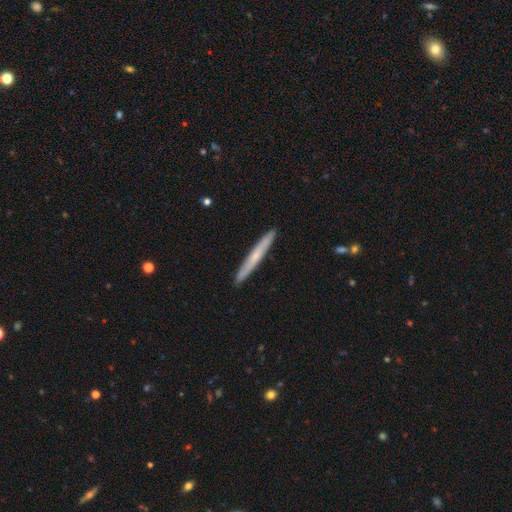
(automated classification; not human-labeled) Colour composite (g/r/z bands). It shows a smooth galaxy with no disk features (48%). Merging: none (92%).